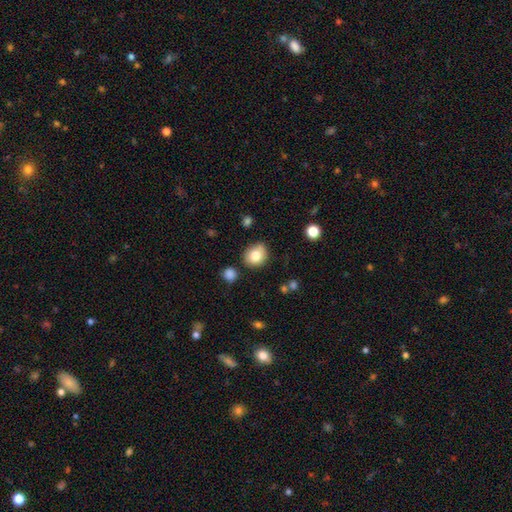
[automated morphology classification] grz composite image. It shows a smooth galaxy with no disk features (81%) that is round (67%). Merging: none (73%).